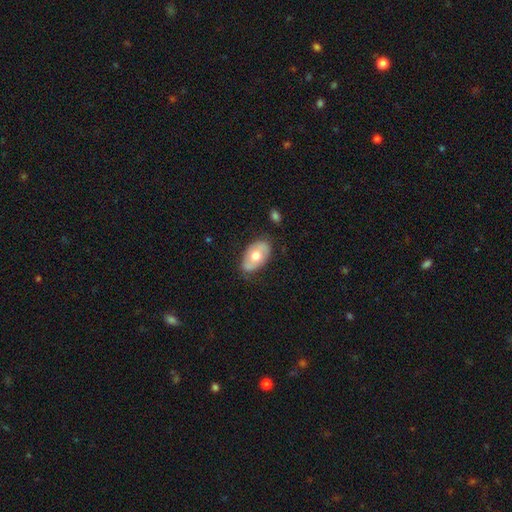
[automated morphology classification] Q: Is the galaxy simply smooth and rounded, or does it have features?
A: smooth — 59%.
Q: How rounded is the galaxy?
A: in between — 92%.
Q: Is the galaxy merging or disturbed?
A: none — 75%.